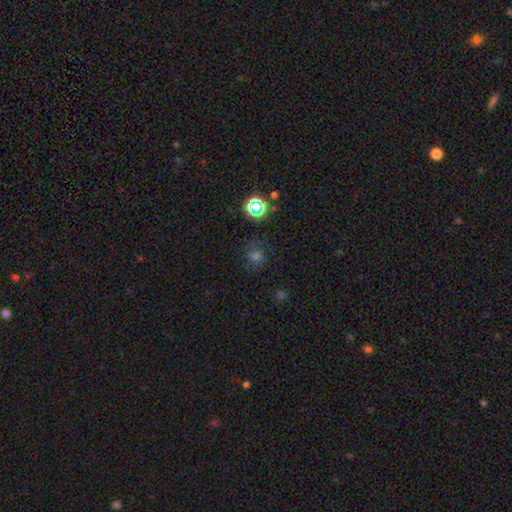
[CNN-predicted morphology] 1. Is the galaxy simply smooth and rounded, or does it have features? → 50% smooth, 35% star or artifact, 14% featured or disk.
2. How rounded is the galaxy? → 84% round, 15% in between, 1% cigar-shaped.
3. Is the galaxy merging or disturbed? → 77% none, 14% minor disturbance, 7% major disturbance, 2% merger.